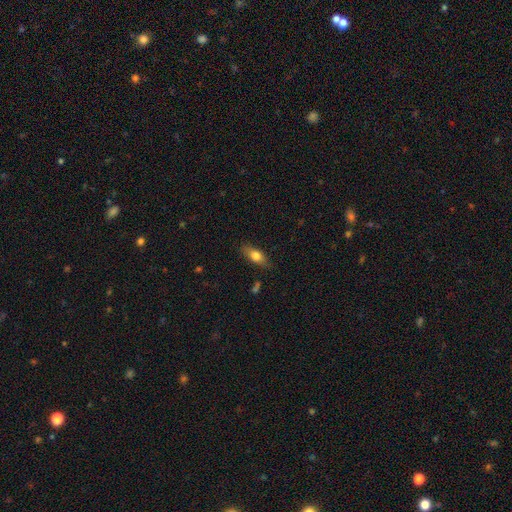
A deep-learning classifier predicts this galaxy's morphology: Q: Smooth or featured?
A: smooth (70%); runner-up: featured or disk (22%)
Q: How rounded?
A: in between (73%); runner-up: cigar-shaped (22%)
Q: Merging?
A: none (80%); runner-up: minor disturbance (15%)